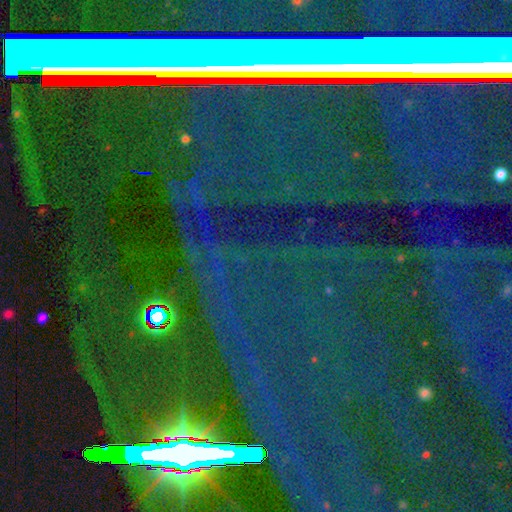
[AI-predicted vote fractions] A star or artifact, not a galaxy (82%).